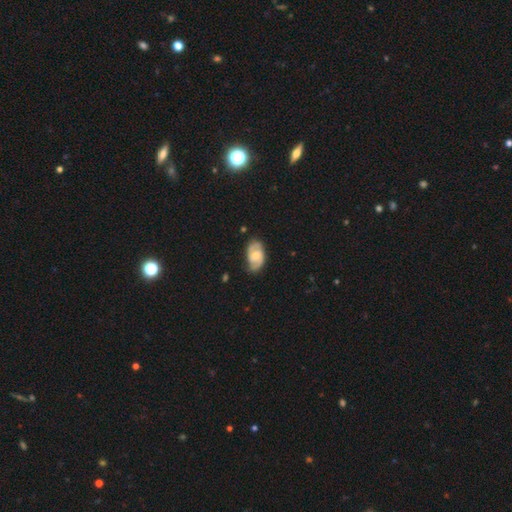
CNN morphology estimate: Smooth or featured? Predicted: featured or disk (p=0.72). Edge-on disk? Predicted: no (p=0.96). Bar? Predicted: no (p=0.50). Spiral arms? Predicted: yes (p=0.92). Spiral winding? Predicted: medium (p=0.46). Spiral arm count? Predicted: 2 (p=0.85). Bulge size? Predicted: moderate (p=0.50). Merging? Predicted: none (p=0.77).